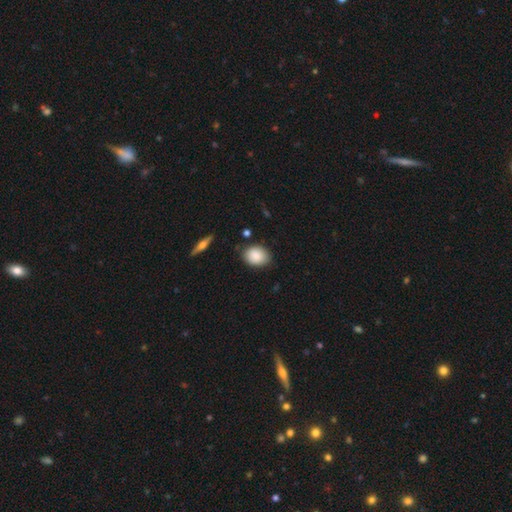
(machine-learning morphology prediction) A smooth galaxy with no disk features (86%) that is in between round and cigar-shaped (65%). Merging: none (80%).